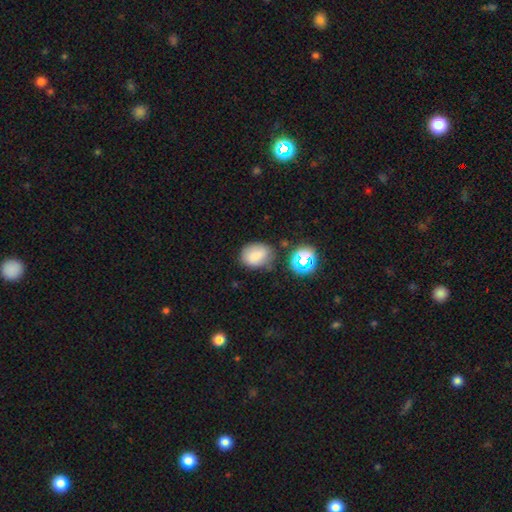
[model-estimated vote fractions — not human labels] smooth 77%, star or artifact 14%, featured or disk 9%. Down the decision tree: how rounded — in between (59%); merging — none (65%).